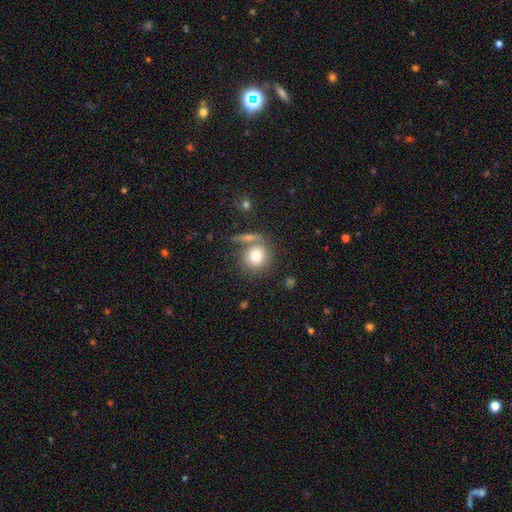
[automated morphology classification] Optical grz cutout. It shows a smooth galaxy with no disk features (79%) that is round (81%). Merging: none (58%).